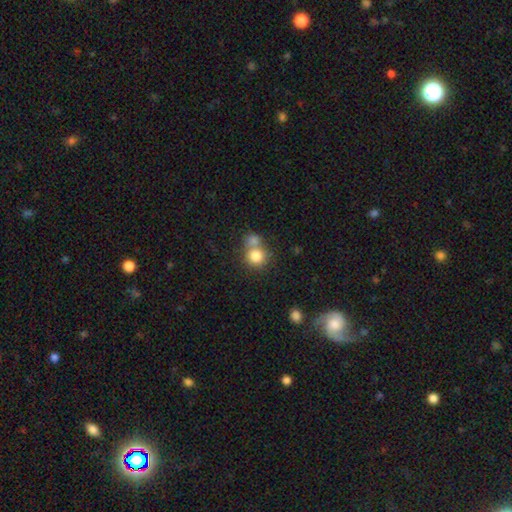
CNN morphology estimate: smooth-or-featured: smooth: 80% | star or artifact: 11% | featured or disk: 9%
  how-rounded: round: 87% | in between: 12% | cigar-shaped: 1%
  merging: none: 47% | merger: 41% | minor disturbance: 8% | major disturbance: 4%